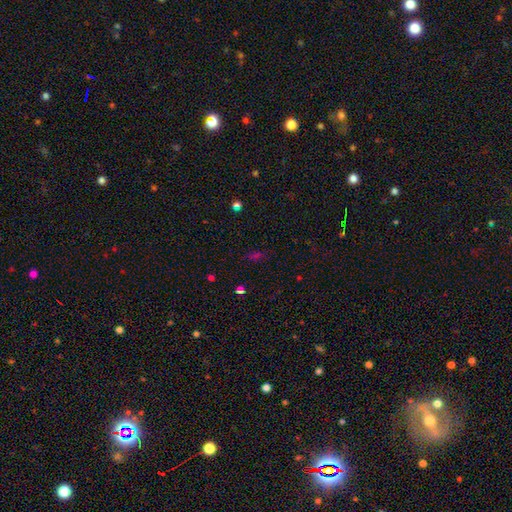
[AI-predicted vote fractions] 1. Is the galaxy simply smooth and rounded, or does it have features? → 52% star or artifact, 36% smooth, 12% featured or disk.